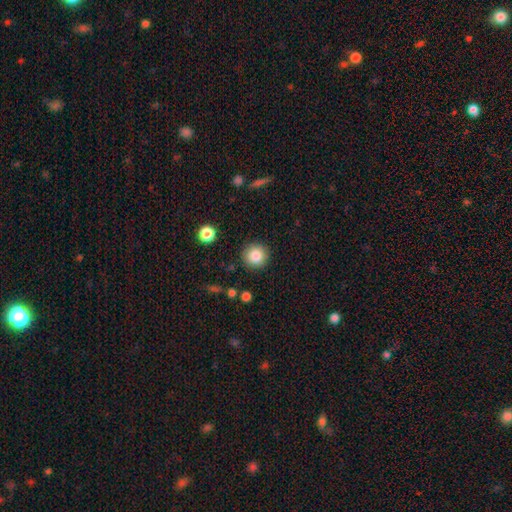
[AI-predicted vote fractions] This is clearly a smooth galaxy (84%). How rounded: clearly round (93%). Merging: clearly none (90%).